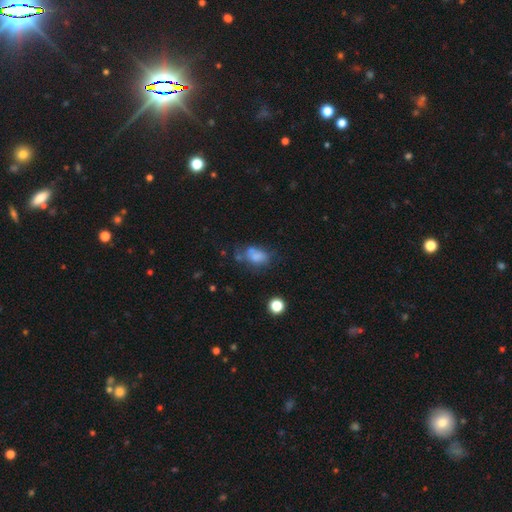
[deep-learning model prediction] Smooth or featured? Predicted: smooth (p=0.66). How rounded? Predicted: in between (p=0.81). Merging? Predicted: none (p=0.37).